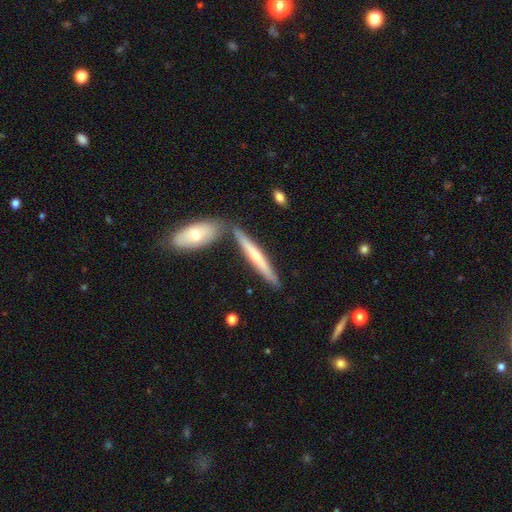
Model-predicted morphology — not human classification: A featured or disk galaxy (50%) viewed edge-on (92%).

Vote fractions:
- Smooth or featured? featured or disk: 50% / smooth: 44% / star or artifact: 6%
- Edge-on disk? yes: 92% / no: 8%
- Merging? none: 71% / merger: 17% / minor disturbance: 10% / major disturbance: 2%